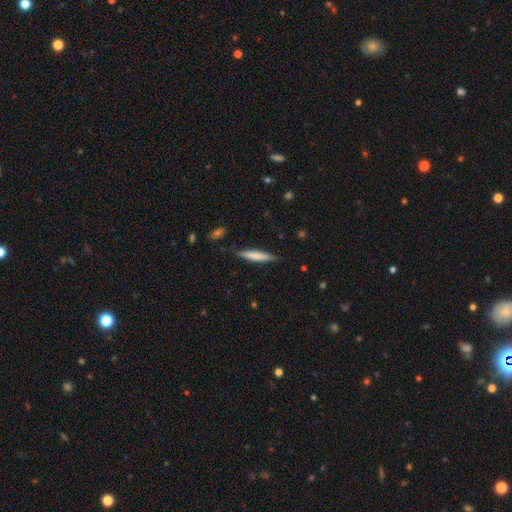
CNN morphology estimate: Q: Smooth or featured?
A: smooth (70%); runner-up: featured or disk (24%)
Q: How rounded?
A: cigar-shaped (92%); runner-up: in between (7%)
Q: Merging?
A: none (85%); runner-up: minor disturbance (12%)